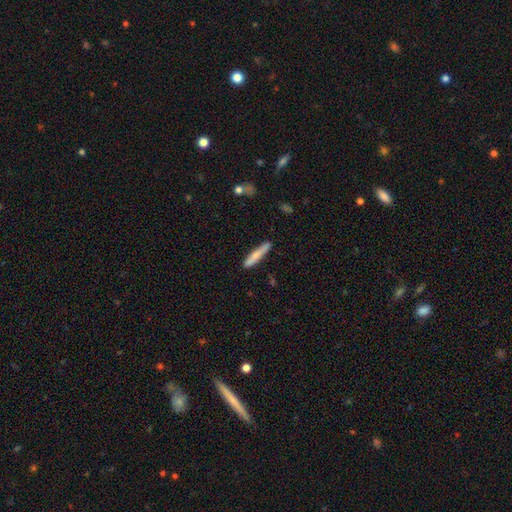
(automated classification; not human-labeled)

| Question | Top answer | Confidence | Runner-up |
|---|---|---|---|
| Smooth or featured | smooth | 73% | featured or disk (22%) |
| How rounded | cigar-shaped | 93% | in between (6%) |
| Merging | none | 85% | minor disturbance (11%) |